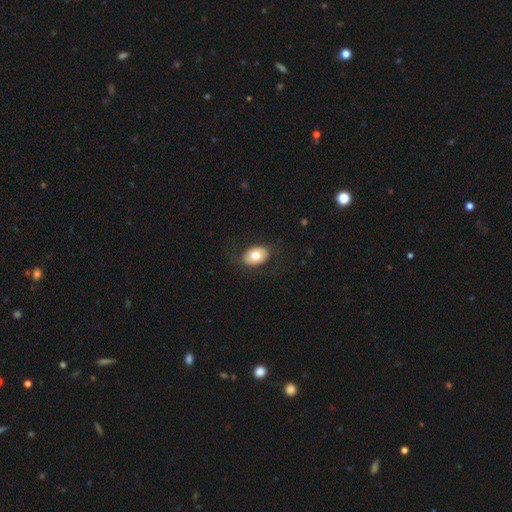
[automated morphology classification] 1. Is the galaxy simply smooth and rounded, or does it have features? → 72% smooth, 21% featured or disk, 7% star or artifact.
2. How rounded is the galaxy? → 80% in between, 19% round, 1% cigar-shaped.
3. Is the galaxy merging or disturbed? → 82% none, 12% minor disturbance, 5% major disturbance, 1% merger.